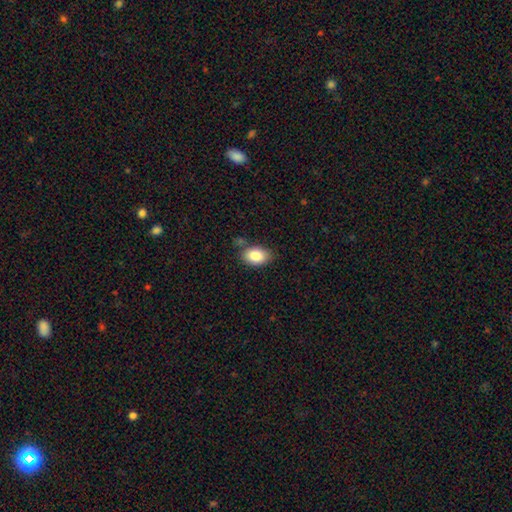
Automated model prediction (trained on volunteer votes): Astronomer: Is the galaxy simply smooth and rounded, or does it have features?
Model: smooth — 84%.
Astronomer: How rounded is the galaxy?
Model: in between — 82%.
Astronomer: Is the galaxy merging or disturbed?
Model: none — 72%.